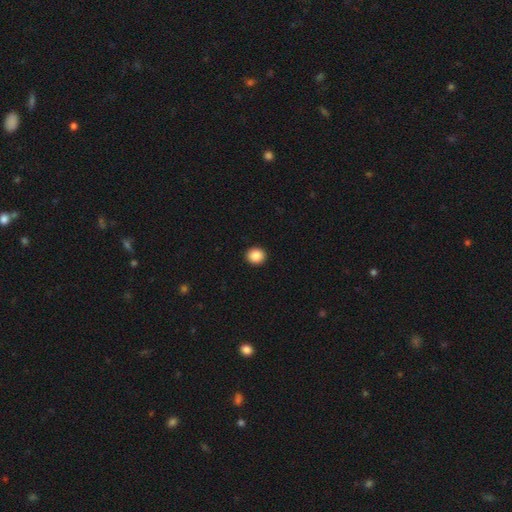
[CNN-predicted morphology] This is clearly a smooth galaxy (87%). How rounded: clearly round (83%). Merging: clearly none (93%).